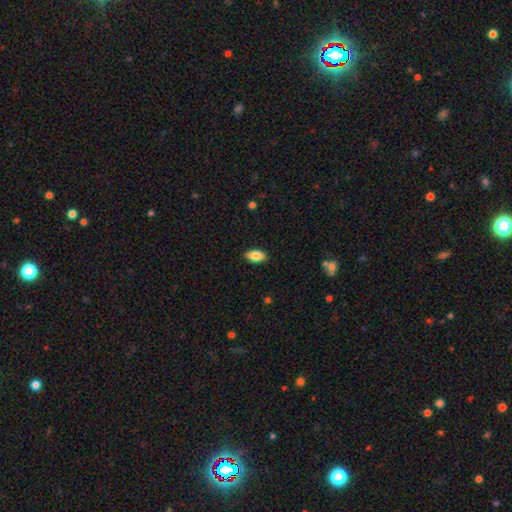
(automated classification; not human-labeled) Morphology: type=smooth (85%); roundness=in between (93%); merging=none (89%).